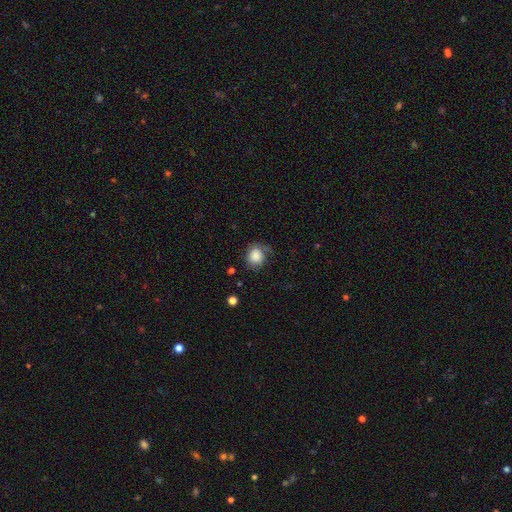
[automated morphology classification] This appears to be a smooth galaxy with no disk features (82%) that is round (73%). Merging: none (55%).